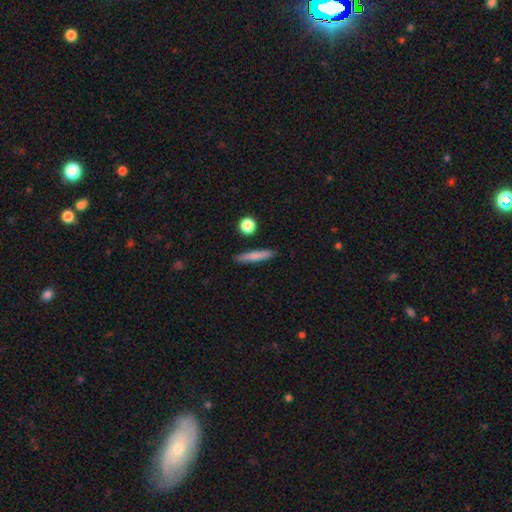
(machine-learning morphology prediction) This is likely a smooth galaxy (76%). How rounded: clearly cigar-shaped (89%). Merging: clearly none (88%).